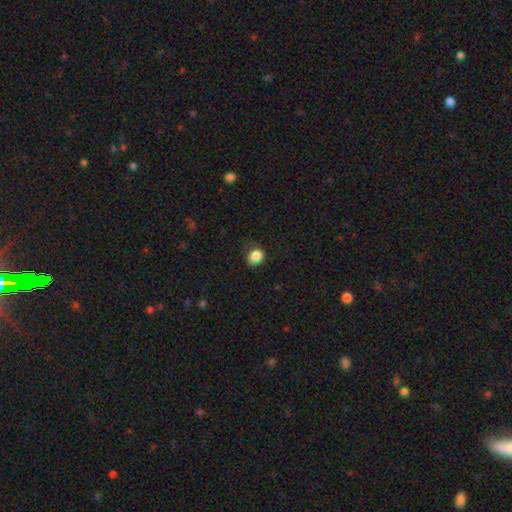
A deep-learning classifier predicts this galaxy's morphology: type=smooth (86%); roundness=round (61%); merging=none (72%).